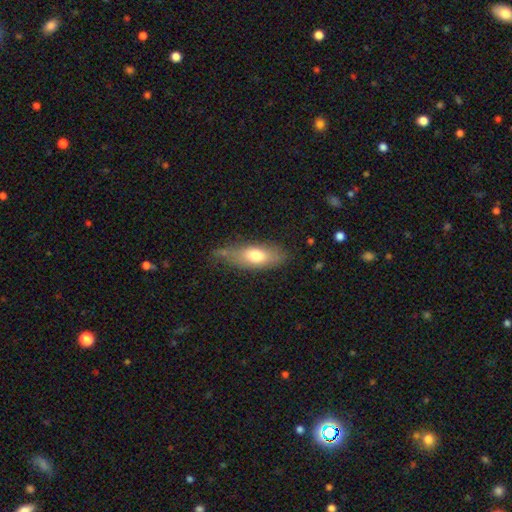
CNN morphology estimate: smooth_or_featured: smooth (p=0.69) [alt: featured or disk p=0.24]
how_rounded: in between (p=0.75) [alt: cigar-shaped p=0.21]
merging: none (p=0.54) [alt: minor disturbance p=0.30]